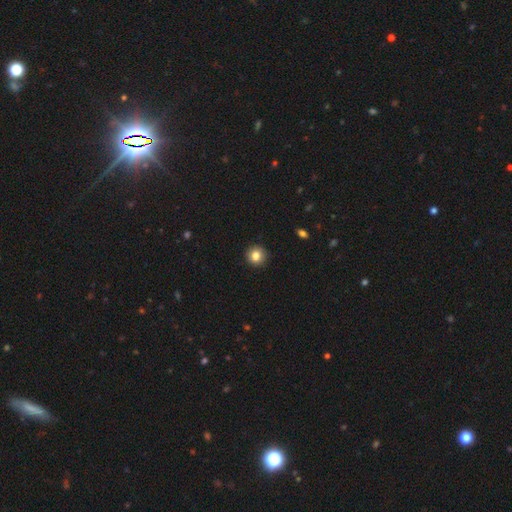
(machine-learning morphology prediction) smooth_or_featured: smooth (p=0.84) [alt: star or artifact p=0.10]
how_rounded: round (p=0.94) [alt: in between p=0.05]
merging: none (p=0.93) [alt: minor disturbance p=0.05]